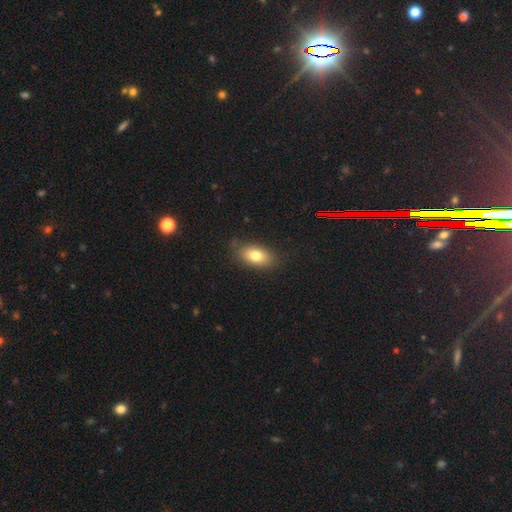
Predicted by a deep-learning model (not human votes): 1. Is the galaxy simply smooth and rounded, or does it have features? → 78% smooth, 14% featured or disk, 9% star or artifact.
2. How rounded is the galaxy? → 87% in between, 10% round, 4% cigar-shaped.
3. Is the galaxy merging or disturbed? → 79% none, 16% minor disturbance, 4% major disturbance, 1% merger.